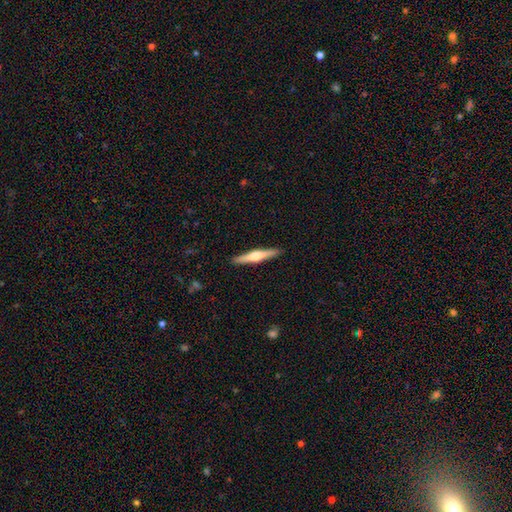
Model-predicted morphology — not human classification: This is likely a featured or disk galaxy (61%). It is clearly viewed edge-on (97%). Edge-on bulge: clearly rounded (87%). Merging: clearly none (91%).